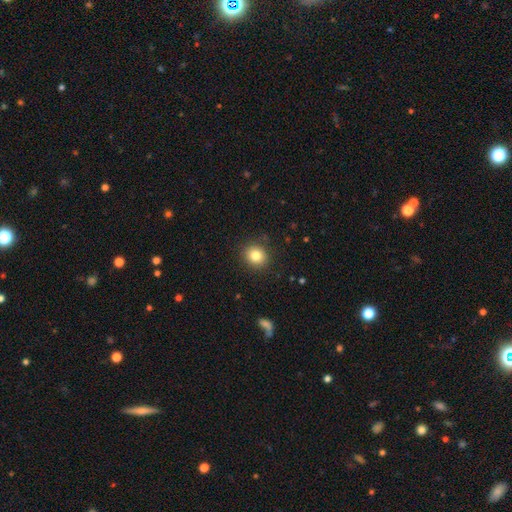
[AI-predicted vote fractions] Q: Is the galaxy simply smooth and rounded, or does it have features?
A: smooth — 83%.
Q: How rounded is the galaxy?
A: round — 82%.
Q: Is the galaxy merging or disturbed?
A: none — 90%.